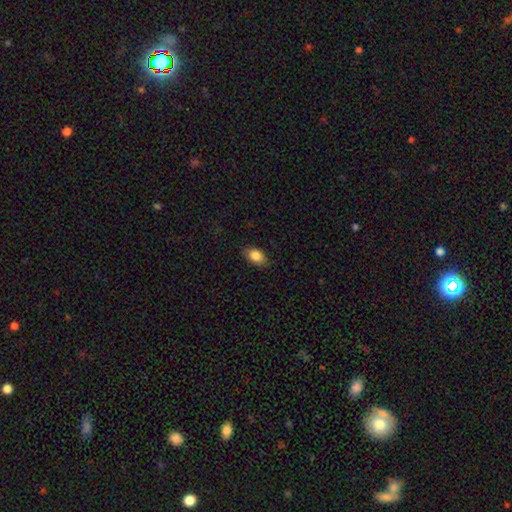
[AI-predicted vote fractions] Smooth or featured? smooth (86%)
How rounded? in between (88%)
Merging? none (85%)